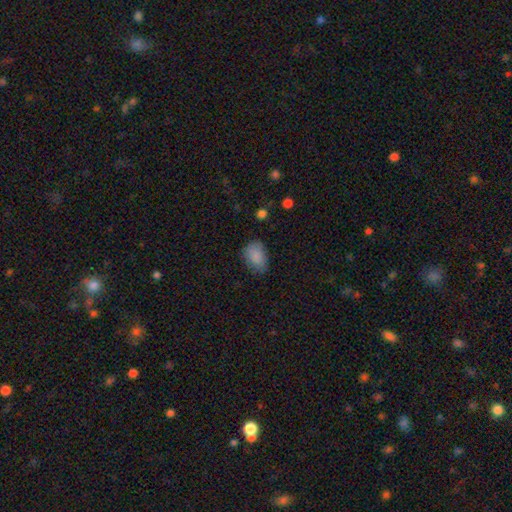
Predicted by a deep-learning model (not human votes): This appears to be a smooth galaxy with no disk features (86%) that is in between round and cigar-shaped (80%). Merging: none (71%).